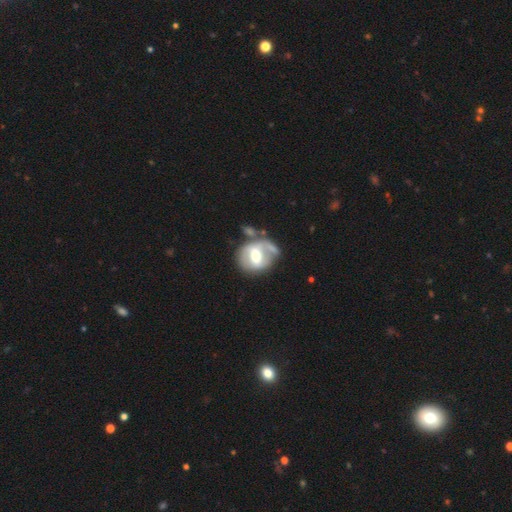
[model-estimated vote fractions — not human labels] Smooth or featured? featured or disk (60%)
Edge-on disk? no (95%)
Bar? weak (41%)
Spiral arms? no (54%)
Bulge size? moderate (69%)
Merging? none (43%)